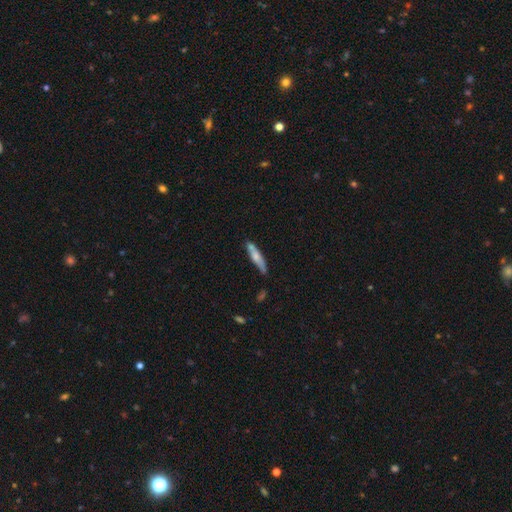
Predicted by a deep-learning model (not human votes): Morphology: type=smooth (61%); roundness=cigar-shaped (83%); merging=none (69%).